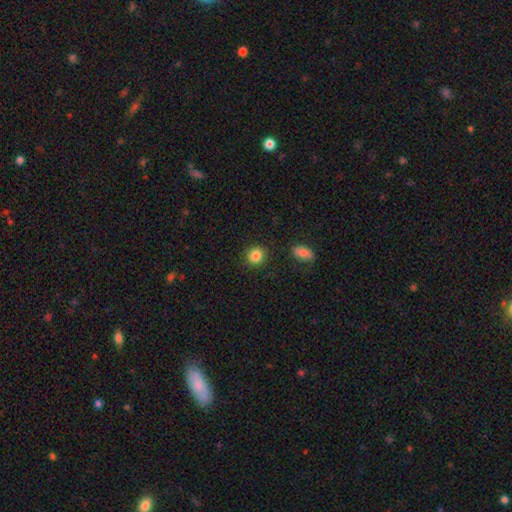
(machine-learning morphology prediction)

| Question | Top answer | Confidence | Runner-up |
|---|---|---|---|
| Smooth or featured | smooth | 85% | star or artifact (10%) |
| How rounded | round | 79% | in between (19%) |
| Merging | none | 88% | minor disturbance (7%) |